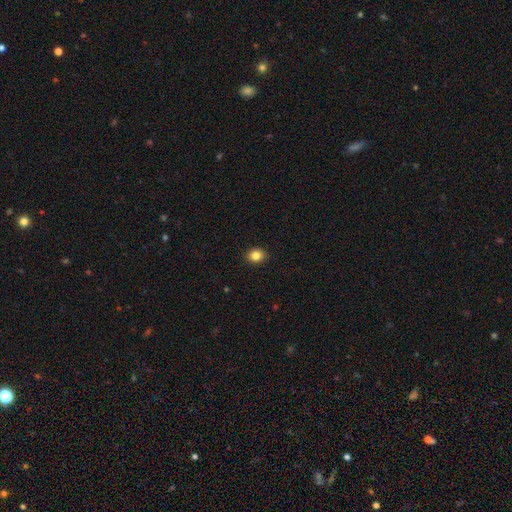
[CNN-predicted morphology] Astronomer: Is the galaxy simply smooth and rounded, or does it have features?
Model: smooth — 84%.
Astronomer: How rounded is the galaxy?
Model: round — 57% (runner-up: in between, 42%).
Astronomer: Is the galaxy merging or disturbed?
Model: none — 92%.